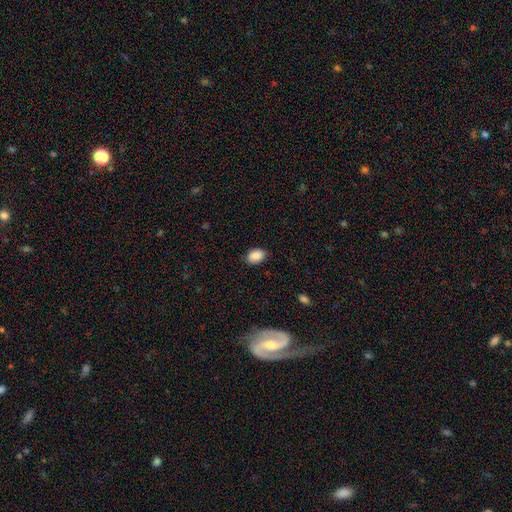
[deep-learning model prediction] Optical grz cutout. It shows a smooth galaxy with no disk features (89%) that is in between round and cigar-shaped (86%). Merging: none (86%).